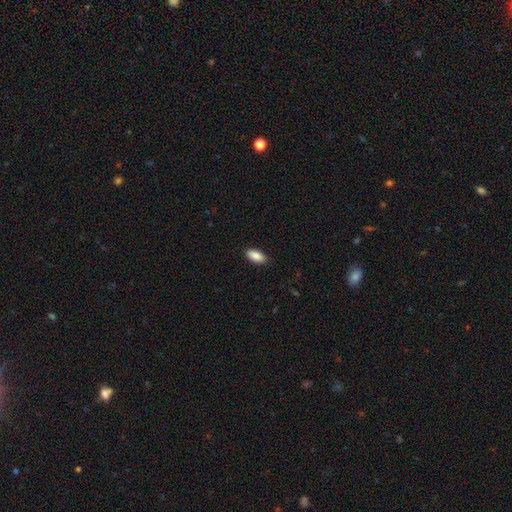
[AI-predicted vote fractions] smooth-or-featured: smooth: 89% | star or artifact: 6% | featured or disk: 5%
  how-rounded: in between: 89% | cigar-shaped: 9% | round: 2%
  merging: none: 89% | minor disturbance: 9% | major disturbance: 2% | merger: 1%